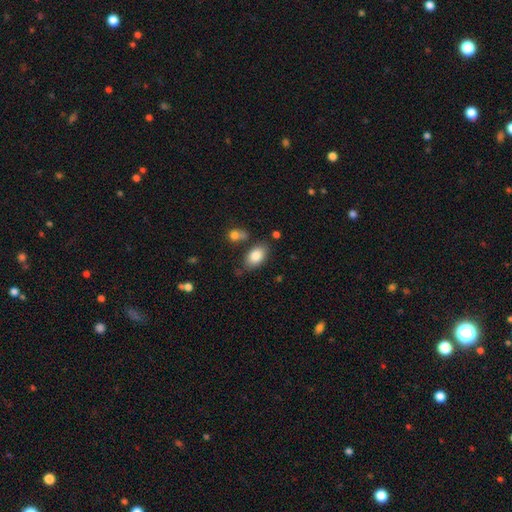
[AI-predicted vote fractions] Smooth or featured? Predicted: smooth (p=0.84). How rounded? Predicted: in between (p=0.91). Merging? Predicted: none (p=0.73).